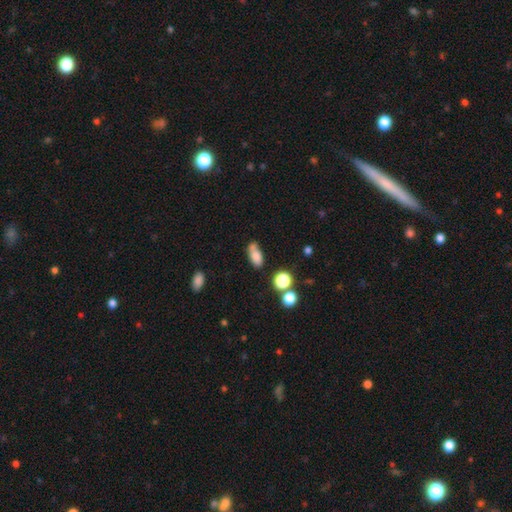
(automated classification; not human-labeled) smooth 77%, featured or disk 12%, star or artifact 11%. Down the decision tree: how rounded — in between (85%); merging — none (46%).